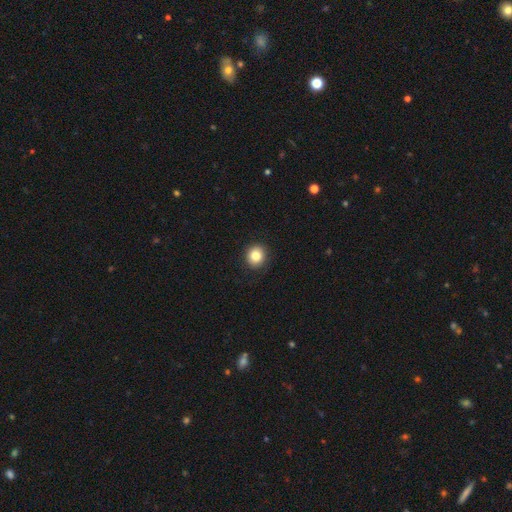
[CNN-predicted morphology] Smooth or featured? smooth (84%)
How rounded? round (85%)
Merging? none (91%)